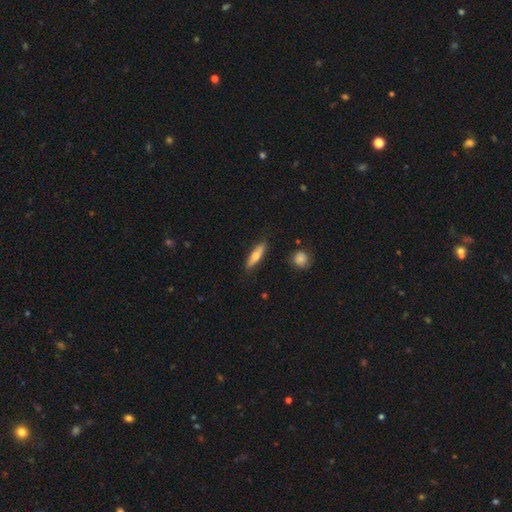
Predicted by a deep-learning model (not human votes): smooth 59%, featured or disk 35%, star or artifact 6%. Down the decision tree: how rounded — cigar-shaped (67%); merging — none (86%).